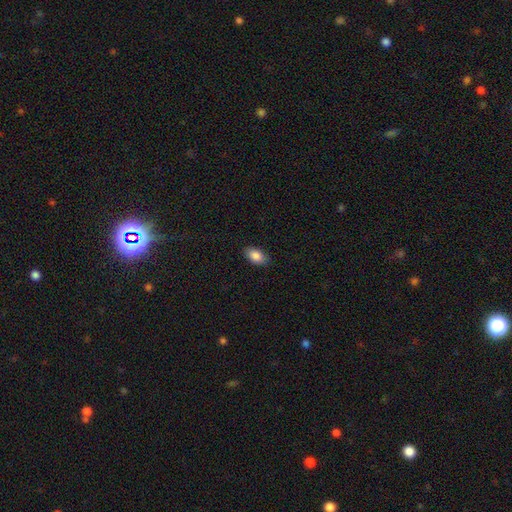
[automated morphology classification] smooth-or-featured: smooth: 87% | star or artifact: 7% | featured or disk: 6%
  how-rounded: in between: 93% | round: 5% | cigar-shaped: 2%
  merging: none: 87% | minor disturbance: 10% | major disturbance: 2% | merger: 1%